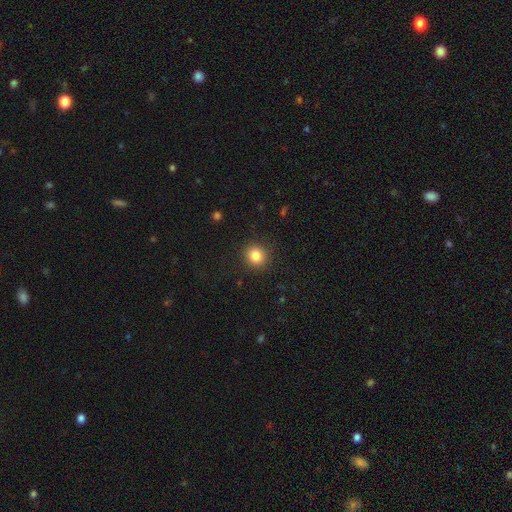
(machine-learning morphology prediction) A smooth galaxy with no disk features (84%) that is round (85%). Merging: none (90%).